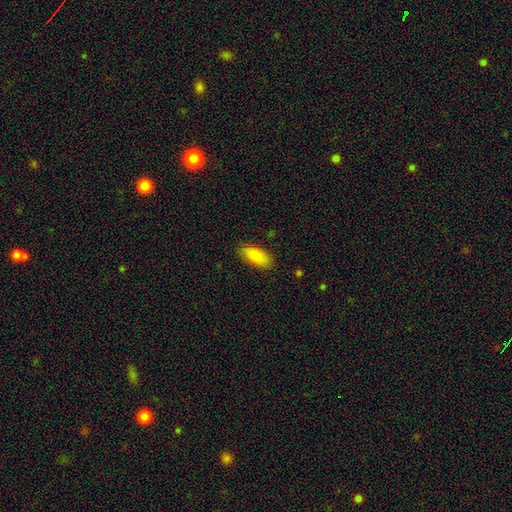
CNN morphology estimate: Smooth or featured: smooth — 88% (star or artifact — 6%)
How rounded: in between — 88% (cigar-shaped — 10%)
Merging: none — 86% (minor disturbance — 11%)